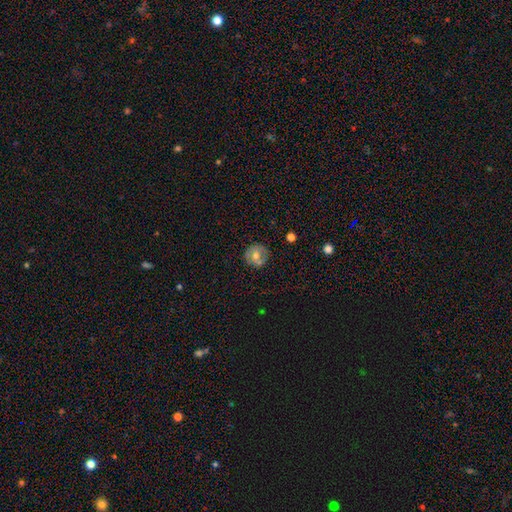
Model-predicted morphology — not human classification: Smooth or featured? Predicted: smooth (p=0.49). Merging? Predicted: none (p=0.76).